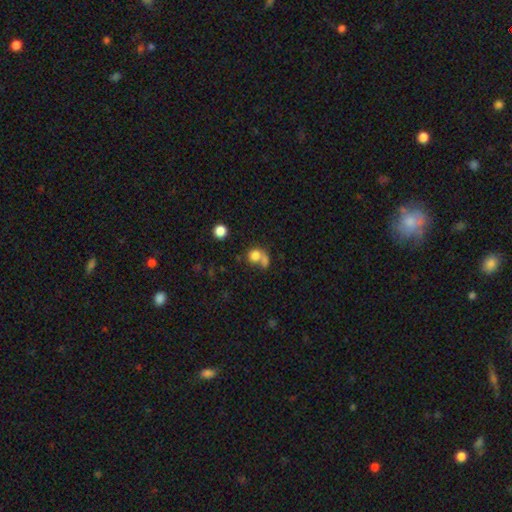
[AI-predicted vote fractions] Smooth or featured? Predicted: smooth (p=0.76). How rounded? Predicted: round (p=0.67). Merging? Predicted: merger (p=0.51).